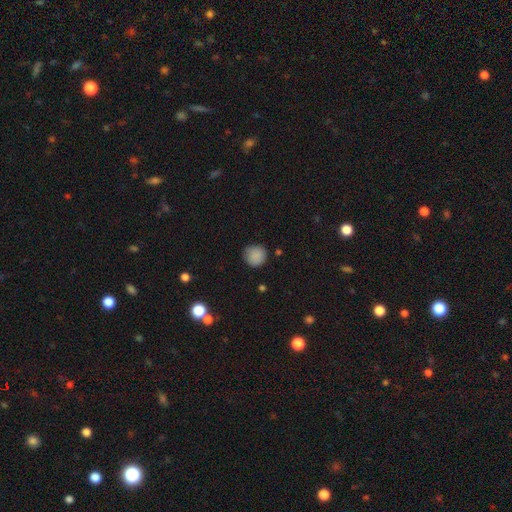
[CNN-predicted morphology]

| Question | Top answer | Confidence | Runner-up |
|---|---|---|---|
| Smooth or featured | smooth | 87% | star or artifact (10%) |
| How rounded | round | 93% | in between (6%) |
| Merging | none | 82% | minor disturbance (13%) |